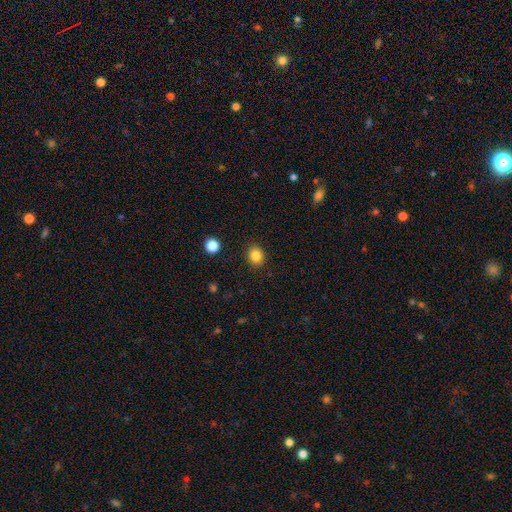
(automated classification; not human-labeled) Overall: smooth (84%). How rounded: round (71%). Merging: none (90%).